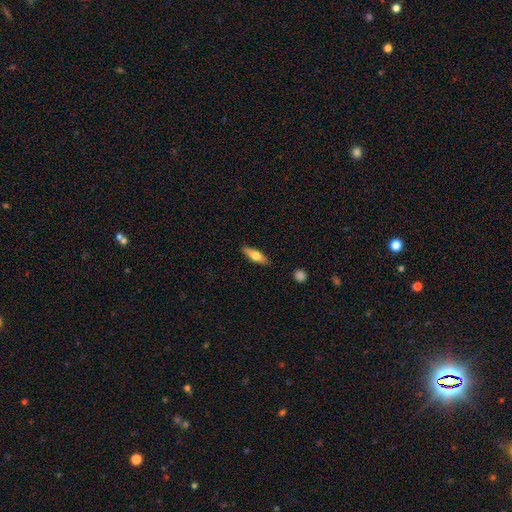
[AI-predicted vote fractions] This appears to be a smooth galaxy with no disk features (55%) that is cigar-shaped (53%). Merging: none (87%).